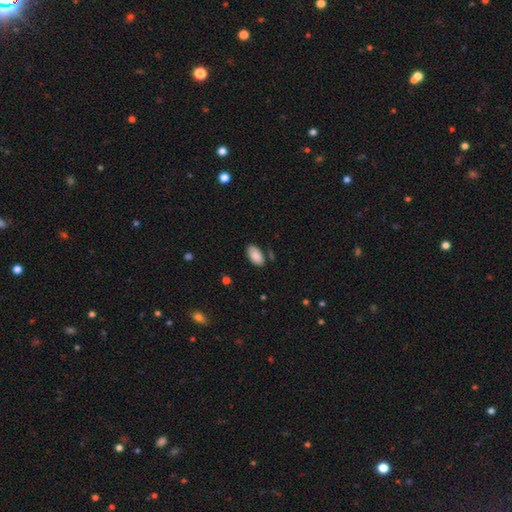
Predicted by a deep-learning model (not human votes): smooth-or-featured: smooth: 87% | star or artifact: 7% | featured or disk: 6%
  how-rounded: in between: 95% | round: 2% | cigar-shaped: 2%
  merging: none: 81% | minor disturbance: 13% | merger: 3% | major disturbance: 3%